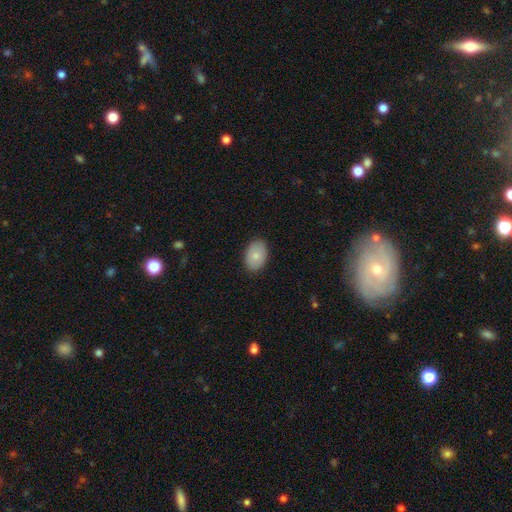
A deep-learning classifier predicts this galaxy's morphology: smooth_or_featured: smooth (p=0.79) [alt: featured or disk p=0.14]
how_rounded: in between (p=0.84) [alt: round p=0.15]
merging: none (p=0.87) [alt: minor disturbance p=0.10]